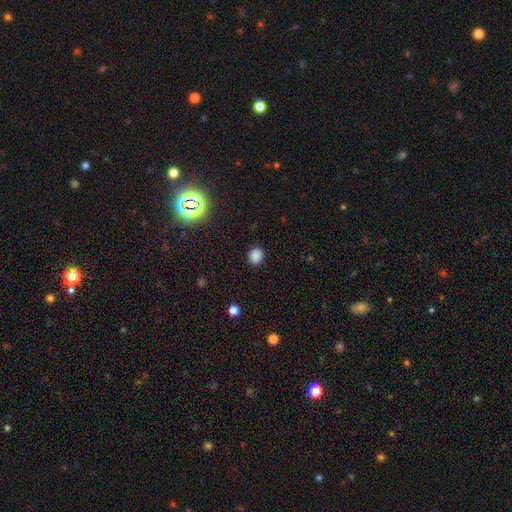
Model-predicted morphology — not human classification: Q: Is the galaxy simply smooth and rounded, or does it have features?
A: smooth — 82%.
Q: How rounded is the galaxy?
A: round — 60%.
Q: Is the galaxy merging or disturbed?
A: none — 87%.